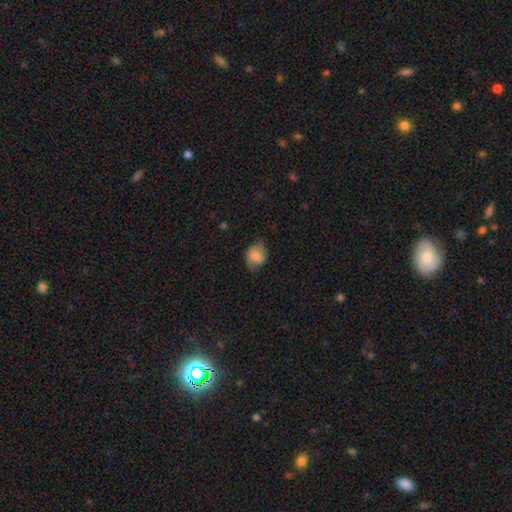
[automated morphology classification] Smooth or featured?
  - smooth: 81% *
  - featured or disk: 11%
  - star or artifact: 8%
How rounded?
  - round: 58% *
  - in between: 41%
  - cigar-shaped: 1%
Merging?
  - none: 66% *
  - minor disturbance: 26%
  - major disturbance: 7%
  - merger: 1%